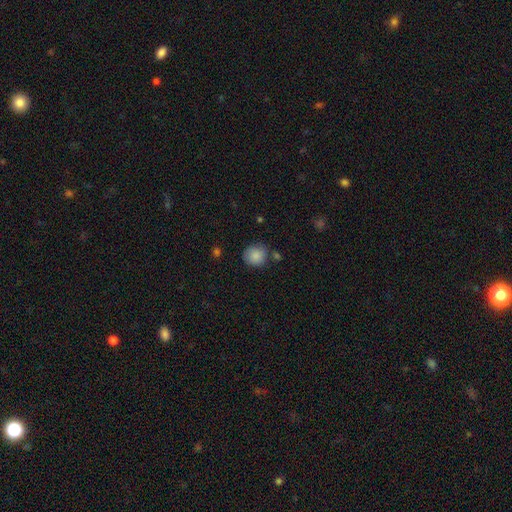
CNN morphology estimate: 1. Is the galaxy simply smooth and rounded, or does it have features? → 86% smooth, 7% star or artifact, 7% featured or disk.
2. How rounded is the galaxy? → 85% round, 14% in between, 1% cigar-shaped.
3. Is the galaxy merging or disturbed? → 72% none, 18% minor disturbance, 6% merger, 4% major disturbance.